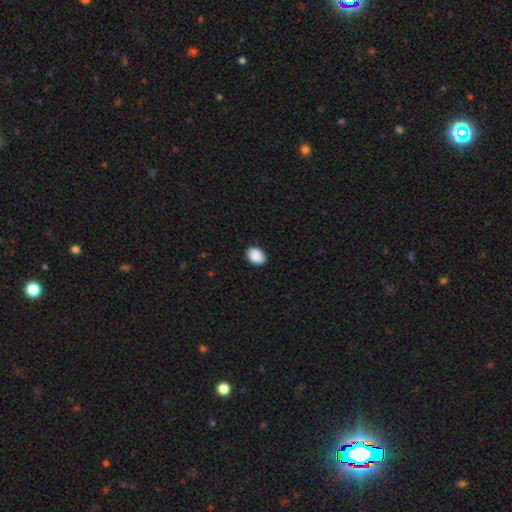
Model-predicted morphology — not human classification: type=smooth (90%); roundness=in between (76%); merging=none (88%).